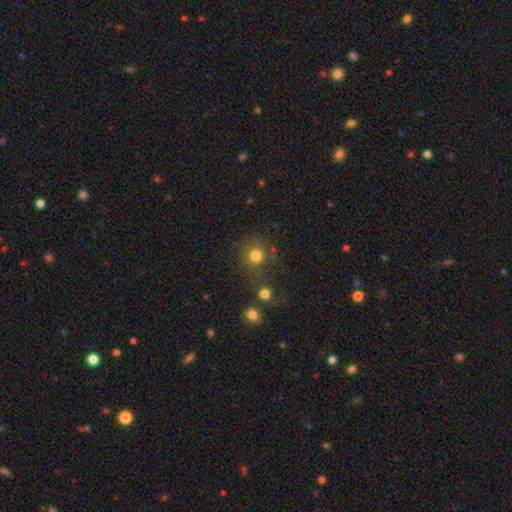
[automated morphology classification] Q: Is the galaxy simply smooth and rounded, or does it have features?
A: smooth — 78%.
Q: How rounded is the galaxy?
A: round — 91%.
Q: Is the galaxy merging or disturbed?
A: none — 73%.